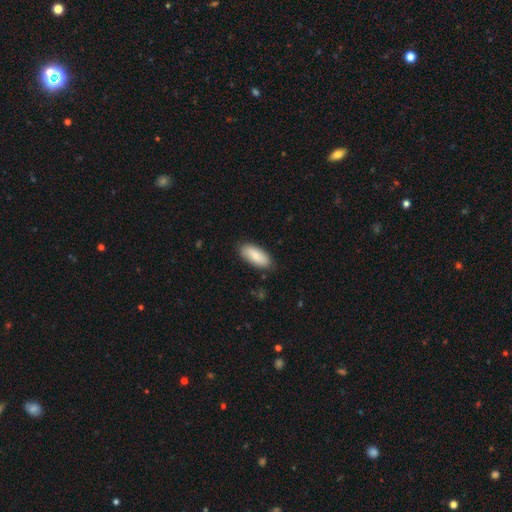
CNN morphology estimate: This appears to be a smooth galaxy with no disk features (84%) that is in between round and cigar-shaped (84%). Merging: none (85%).